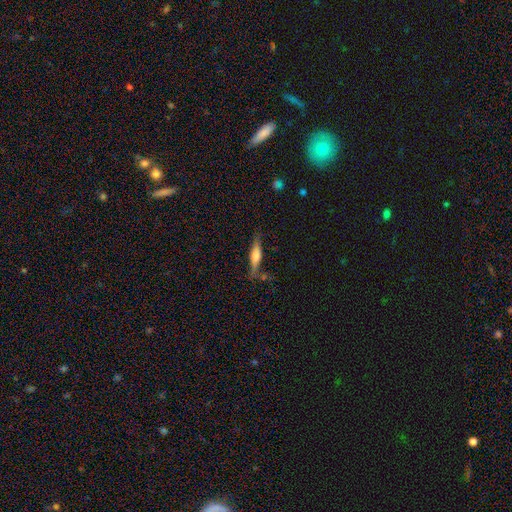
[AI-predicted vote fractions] The model was most divided on "smooth or featured": smooth: 47%, featured or disk: 46%, star or artifact: 7%. More confident: merging — none (72%).